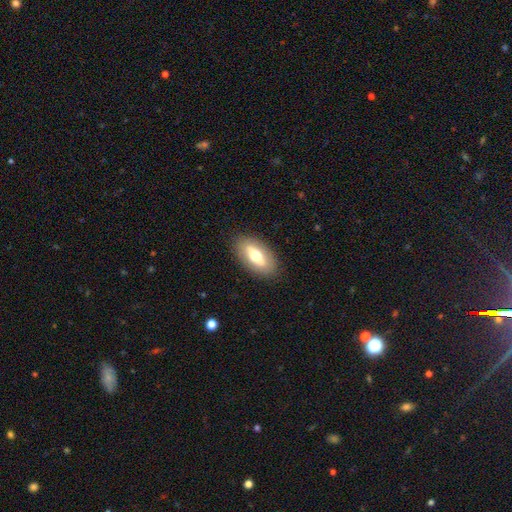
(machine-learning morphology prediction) Smooth or featured?
  - smooth: 62% *
  - featured or disk: 32%
  - star or artifact: 7%
How rounded?
  - in between: 87% *
  - cigar-shaped: 9%
  - round: 3%
Merging?
  - none: 87% *
  - minor disturbance: 9%
  - major disturbance: 3%
  - merger: 1%